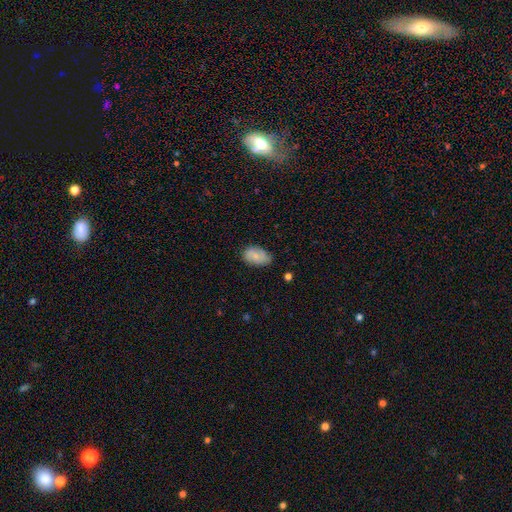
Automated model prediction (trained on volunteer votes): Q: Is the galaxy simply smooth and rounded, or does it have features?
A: smooth — 70%.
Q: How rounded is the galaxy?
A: in between — 90%.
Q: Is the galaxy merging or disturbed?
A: none — 70%.